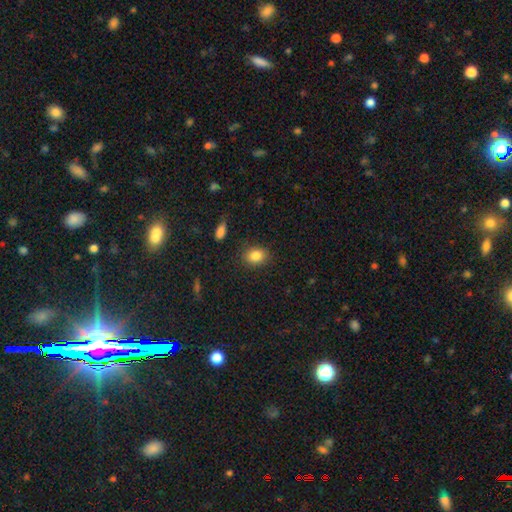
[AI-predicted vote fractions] smooth 85%, star or artifact 9%, featured or disk 5%. Down the decision tree: how rounded — in between (59%); merging — none (85%).